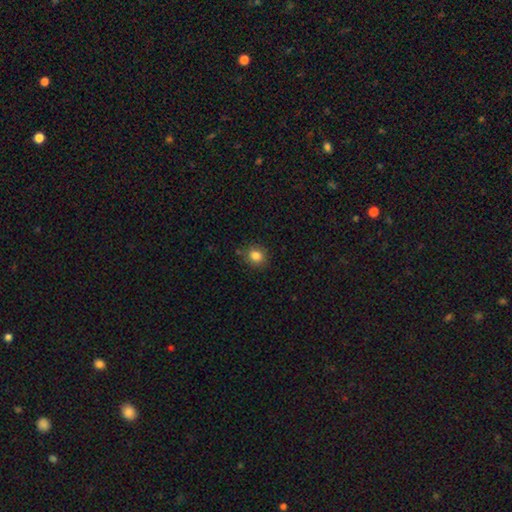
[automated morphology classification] Smooth or featured? Predicted: smooth (p=0.84). How rounded? Predicted: round (p=0.79). Merging? Predicted: none (p=0.84).